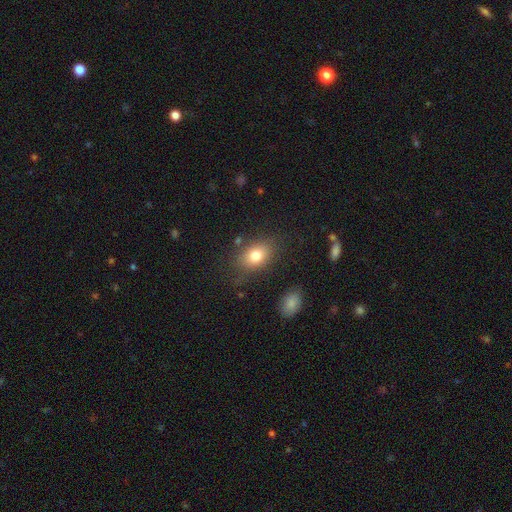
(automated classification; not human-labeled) smooth-or-featured: smooth: 79% | featured or disk: 11% | star or artifact: 10%
  how-rounded: in between: 71% | round: 27% | cigar-shaped: 1%
  merging: none: 77% | minor disturbance: 15% | major disturbance: 5% | merger: 3%